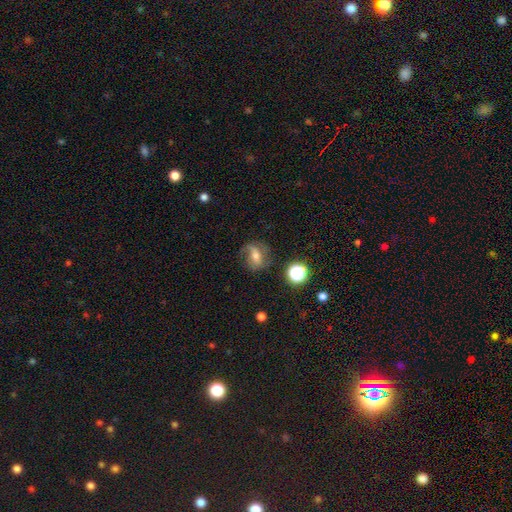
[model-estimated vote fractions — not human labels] This is possibly a featured or disk galaxy (59%). It is clearly not viewed edge-on (95%). Bar: marginally weak (41%). Spiral arm pattern: clearly yes (87%). Central bulge: possibly moderate (56%). Merging: likely none (60%).